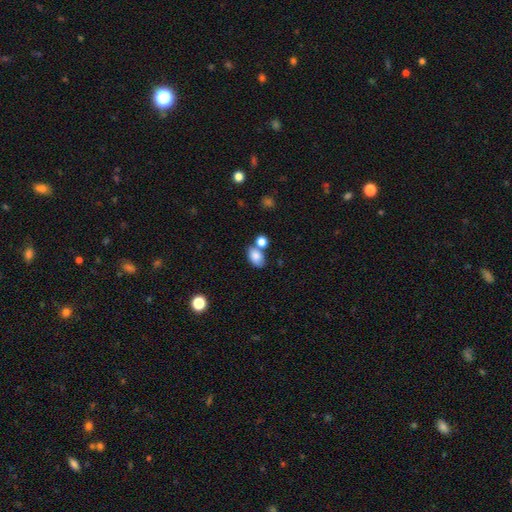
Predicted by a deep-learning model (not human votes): Smooth or featured? Predicted: smooth (p=0.83). How rounded? Predicted: in between (p=0.85). Merging? Predicted: none (p=0.51).